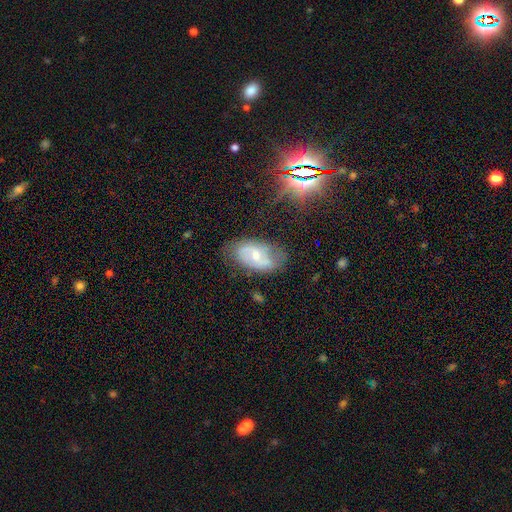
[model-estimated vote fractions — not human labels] Q: Smooth or featured?
A: featured or disk (67%); runner-up: smooth (25%)
Q: Edge-on disk?
A: no (95%); runner-up: yes (5%)
Q: Bar?
A: weak (50%); runner-up: no (35%)
Q: Spiral arms?
A: yes (82%); runner-up: no (18%)
Q: Spiral winding?
A: medium (45%); runner-up: loose (35%)
Q: Spiral arm count?
A: 2 (79%); runner-up: can't tell (14%)
Q: Bulge size?
A: small (47%); tied with: moderate (47%)
Q: Merging?
A: none (67%); runner-up: minor disturbance (22%)